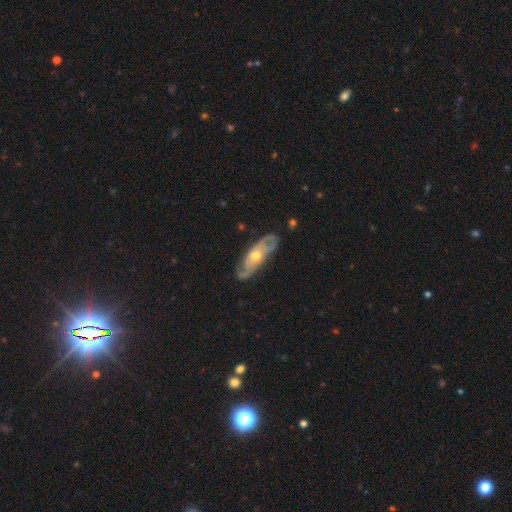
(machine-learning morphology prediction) Smooth or featured? featured or disk (76%)
Edge-on disk? no (79%)
Bar? no (77%)
Spiral arms? yes (81%)
Bulge size? moderate (71%)
Merging? none (79%)